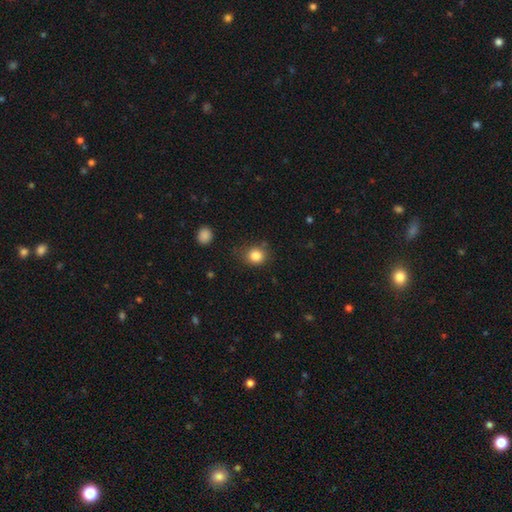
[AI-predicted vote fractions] Q: Smooth or featured?
A: smooth (84%); runner-up: star or artifact (11%)
Q: How rounded?
A: round (80%); runner-up: in between (19%)
Q: Merging?
A: none (76%); runner-up: minor disturbance (16%)